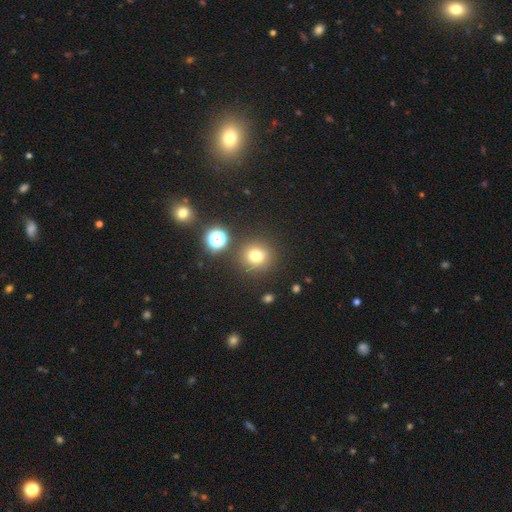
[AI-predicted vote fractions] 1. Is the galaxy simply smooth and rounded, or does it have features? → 74% smooth, 18% star or artifact, 8% featured or disk.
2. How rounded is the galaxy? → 90% round, 9% in between, 1% cigar-shaped.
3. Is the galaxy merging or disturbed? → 85% none, 8% minor disturbance, 5% merger, 3% major disturbance.